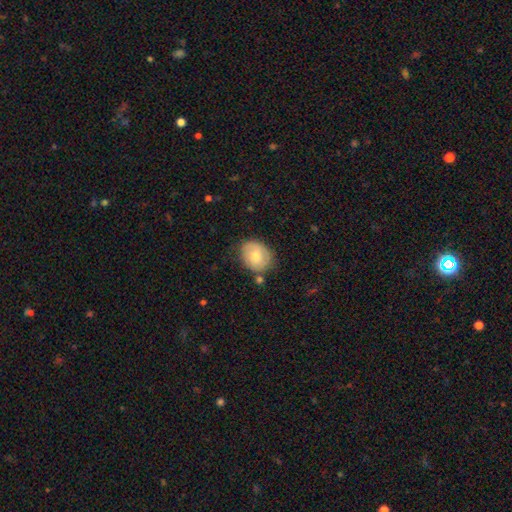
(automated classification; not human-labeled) Smooth or featured: smooth — 71% (featured or disk — 23%)
How rounded: round — 53% (in between — 46%)
Merging: none — 71% (minor disturbance — 19%)